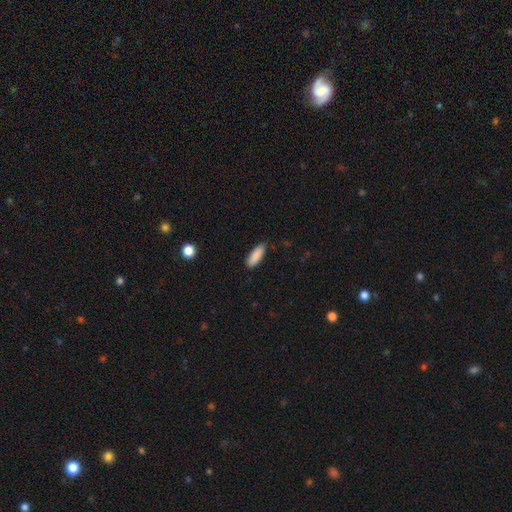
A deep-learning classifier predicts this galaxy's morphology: Smooth or featured: smooth — 89% (star or artifact — 6%)
How rounded: in between — 65% (cigar-shaped — 34%)
Merging: none — 84% (minor disturbance — 13%)